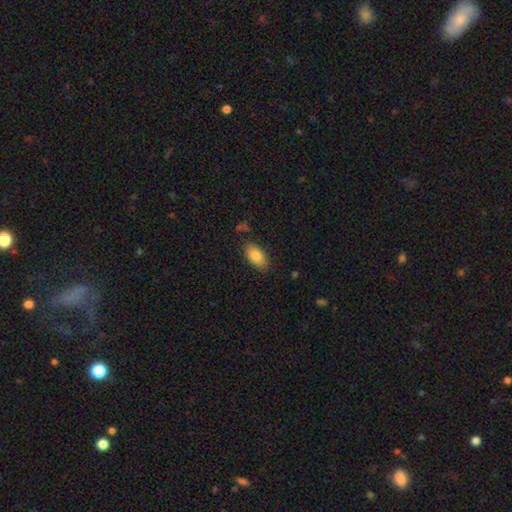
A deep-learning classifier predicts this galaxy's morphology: Q: Smooth or featured?
A: smooth (81%); runner-up: featured or disk (11%)
Q: How rounded?
A: in between (92%); runner-up: round (4%)
Q: Merging?
A: none (82%); runner-up: minor disturbance (13%)